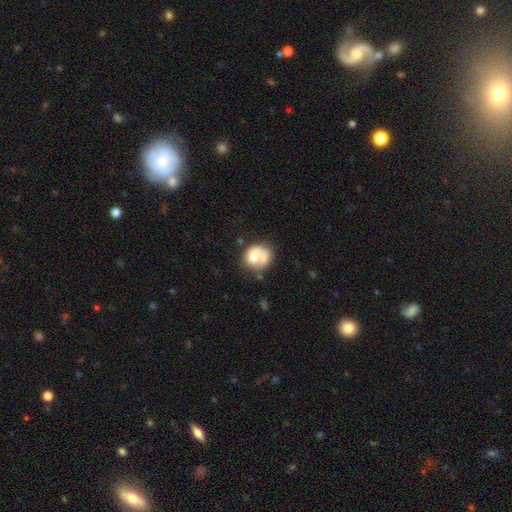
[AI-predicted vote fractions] smooth-or-featured: smooth: 65% | featured or disk: 27% | star or artifact: 8%
  how-rounded: round: 63% | in between: 36% | cigar-shaped: 1%
  merging: none: 37% | merger: 30% | minor disturbance: 19% | major disturbance: 14%